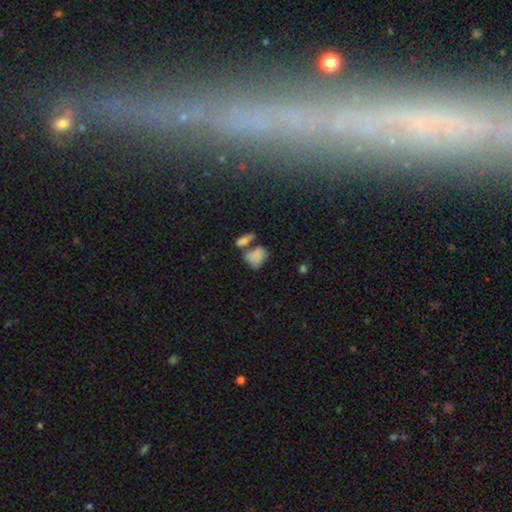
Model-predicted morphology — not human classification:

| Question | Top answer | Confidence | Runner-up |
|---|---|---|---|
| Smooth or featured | smooth | 78% | featured or disk (12%) |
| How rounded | in between | 77% | round (19%) |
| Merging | merger | 47% | none (29%) |